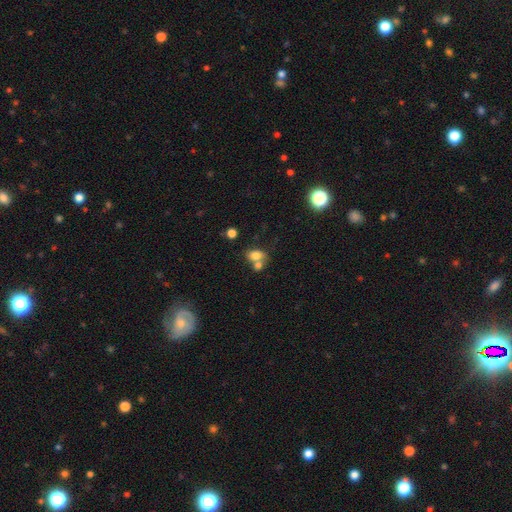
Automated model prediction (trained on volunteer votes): Smooth or featured? Predicted: smooth (p=0.77). How rounded? Predicted: in between (p=0.72). Merging? Predicted: merger (p=0.47).